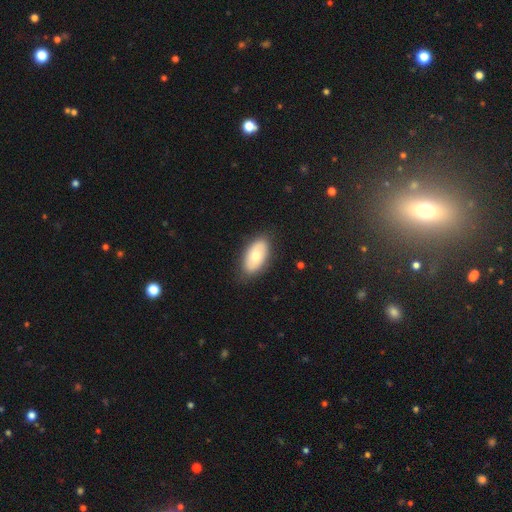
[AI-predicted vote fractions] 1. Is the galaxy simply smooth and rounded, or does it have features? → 68% smooth, 26% featured or disk, 6% star or artifact.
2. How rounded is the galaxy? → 94% in between, 4% round, 3% cigar-shaped.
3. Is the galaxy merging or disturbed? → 83% none, 13% minor disturbance, 3% major disturbance, 1% merger.